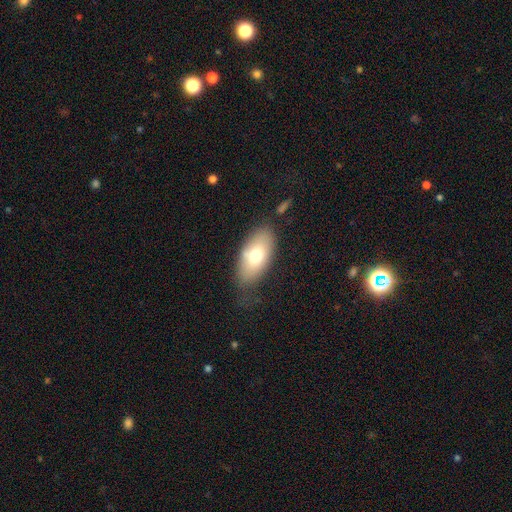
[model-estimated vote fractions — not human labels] A smooth galaxy with no disk features (70%) that is in between round and cigar-shaped (92%). Merging: none (69%).